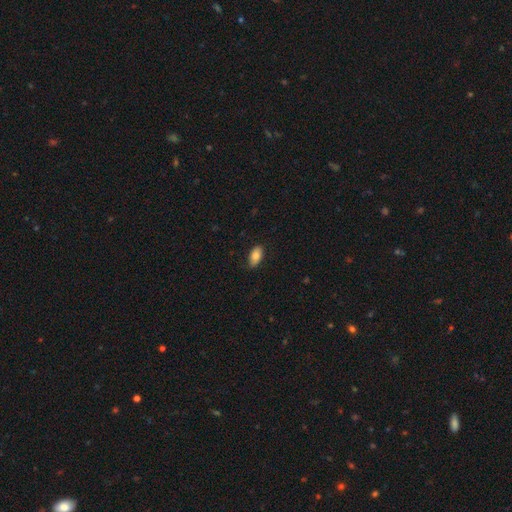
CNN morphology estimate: A smooth galaxy with no disk features (79%) that is in between round and cigar-shaped (93%). Merging: none (81%).